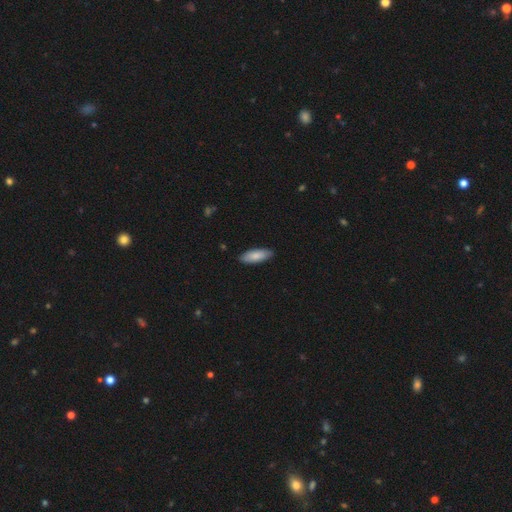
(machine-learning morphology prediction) Smooth or featured: smooth — 85% (featured or disk — 10%)
How rounded: in between — 69% (cigar-shaped — 29%)
Merging: none — 88% (minor disturbance — 9%)